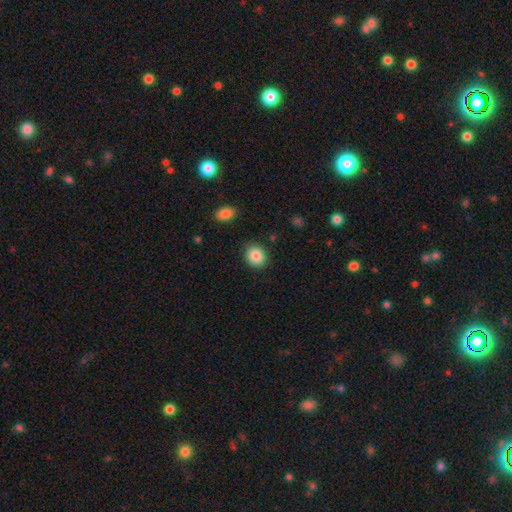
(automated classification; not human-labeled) smooth 86%, star or artifact 8%, featured or disk 6%. Down the decision tree: how rounded — round (65%); merging — none (87%).